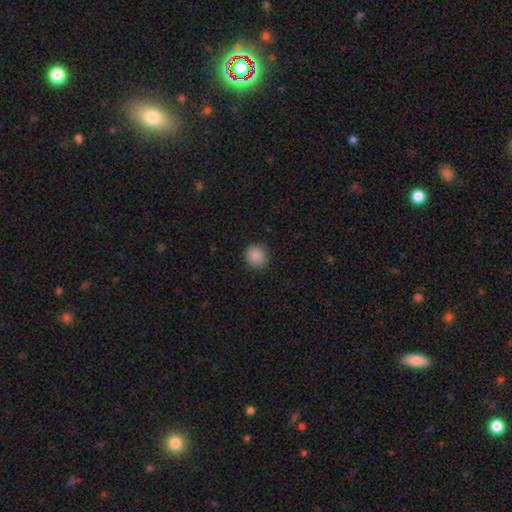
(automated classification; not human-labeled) A smooth galaxy with no disk features (88%) that is round (85%).

Vote fractions:
- Smooth or featured? smooth: 88% / star or artifact: 9% / featured or disk: 3%
- How rounded? round: 85% / in between: 14% / cigar-shaped: 1%
- Merging? none: 89% / minor disturbance: 8% / major disturbance: 2% / merger: 1%